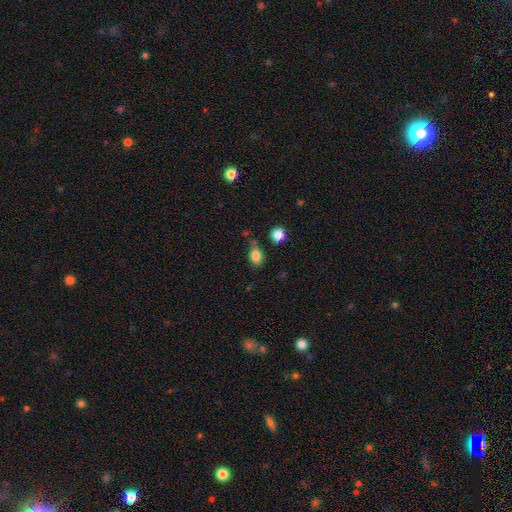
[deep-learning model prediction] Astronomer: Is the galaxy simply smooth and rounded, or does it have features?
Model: smooth — 83%.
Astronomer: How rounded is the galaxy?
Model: in between — 73%.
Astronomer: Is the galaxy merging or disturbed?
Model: none — 67%.